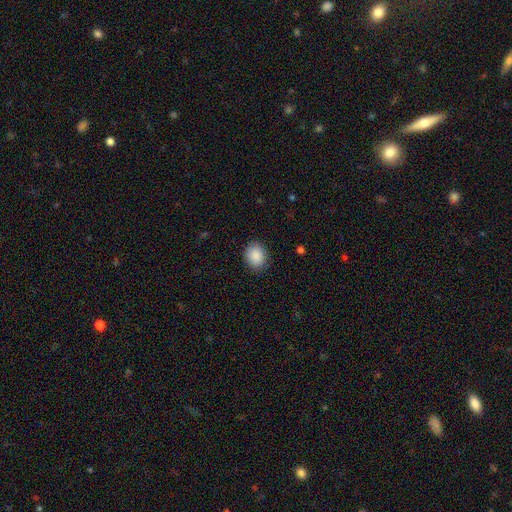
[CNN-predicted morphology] Smooth or featured?
  - smooth: 89% *
  - star or artifact: 7%
  - featured or disk: 3%
How rounded?
  - in between: 52% *
  - round: 47%
  - cigar-shaped: 1%
Merging?
  - none: 86% *
  - minor disturbance: 10%
  - major disturbance: 3%
  - merger: 1%